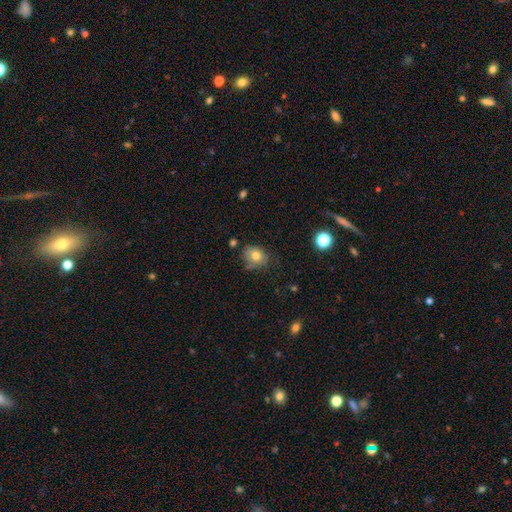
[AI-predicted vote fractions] smooth_or_featured: smooth (p=0.77) [alt: featured or disk p=0.12]
how_rounded: round (p=0.62) [alt: in between p=0.38]
merging: none (p=0.62) [alt: minor disturbance p=0.27]